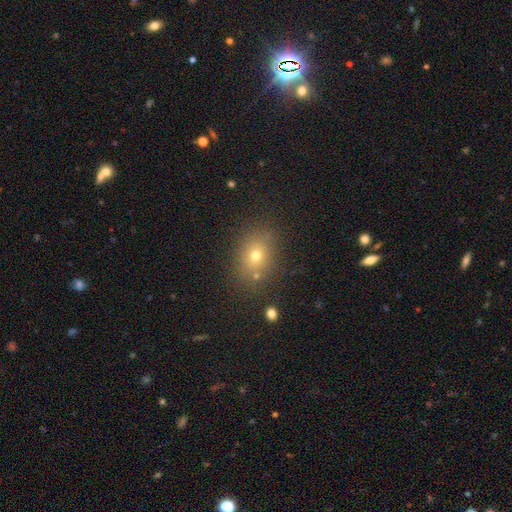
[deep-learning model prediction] This appears to be a smooth galaxy with no disk features (69%) that is in between round and cigar-shaped (50%). Merging: none (79%).